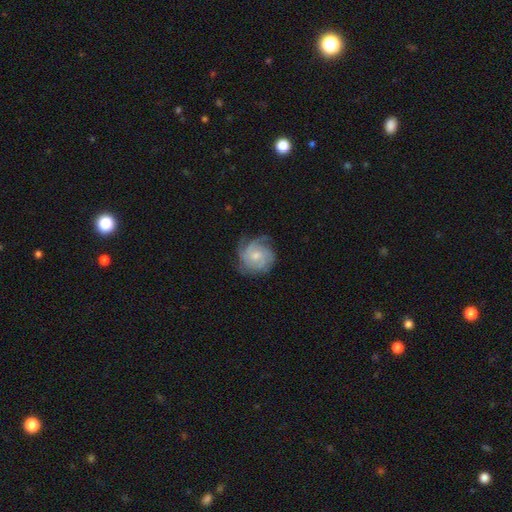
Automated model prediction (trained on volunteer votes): This is likely a featured or disk galaxy (74%). It is clearly not viewed edge-on (98%). Bar: likely no (70%). Spiral arm pattern: clearly yes (93%). Spiral arm count: marginally can't tell (33%). Spiral winding: likely tight (62%). Central bulge: possibly moderate (49%). Merging: likely none (70%).